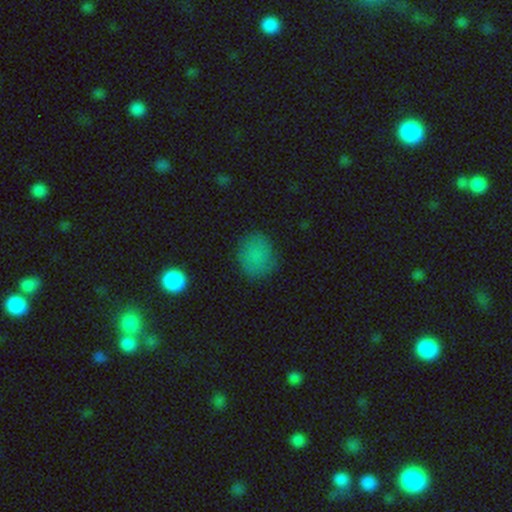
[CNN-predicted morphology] Q: Smooth or featured?
A: smooth (82%); runner-up: star or artifact (11%)
Q: How rounded?
A: round (66%); runner-up: in between (33%)
Q: Merging?
A: none (75%); runner-up: minor disturbance (18%)